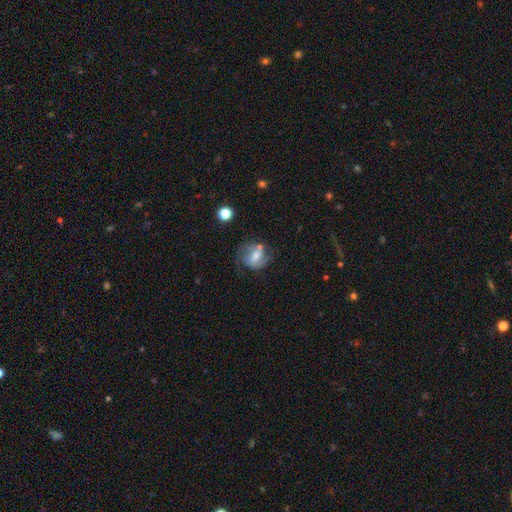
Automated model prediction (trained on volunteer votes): smooth_or_featured: featured or disk (p=0.63) [alt: smooth p=0.28]
disk_edge_on: no (p=0.97) [alt: yes p=0.03]
bar: weak (p=0.46) [alt: strong p=0.28]
has_spiral_arms: yes (p=0.84) [alt: no p=0.16]
spiral_winding: medium (p=0.49) [alt: loose p=0.28]
spiral_arm_count: 2 (p=0.80) [alt: can't tell p=0.09]
bulge_size: moderate (p=0.49) [alt: small p=0.33]
merging: none (p=0.54) [alt: minor disturbance p=0.22]